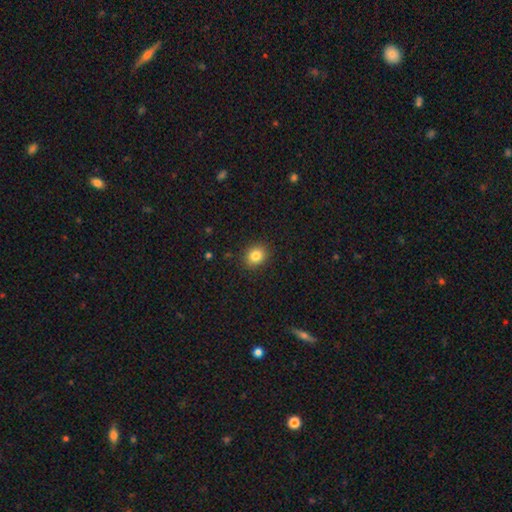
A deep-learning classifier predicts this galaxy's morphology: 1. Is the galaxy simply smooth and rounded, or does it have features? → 84% smooth, 10% star or artifact, 6% featured or disk.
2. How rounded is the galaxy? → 67% round, 32% in between, 1% cigar-shaped.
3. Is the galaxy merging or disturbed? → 90% none, 7% minor disturbance, 2% major disturbance, 1% merger.